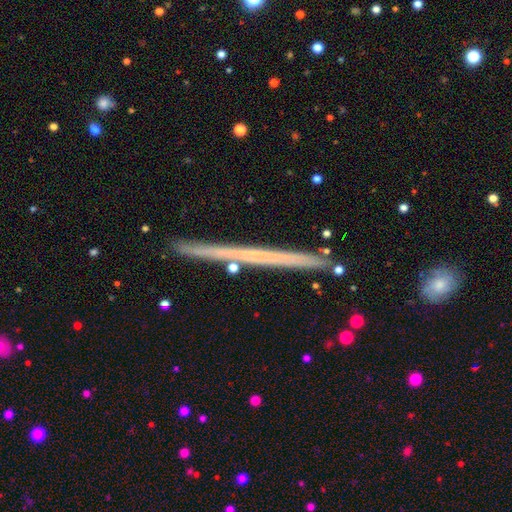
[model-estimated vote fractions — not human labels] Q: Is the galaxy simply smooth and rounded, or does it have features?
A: featured or disk — 61%.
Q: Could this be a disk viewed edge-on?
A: yes — 97%.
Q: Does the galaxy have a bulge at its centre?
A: none — 92%.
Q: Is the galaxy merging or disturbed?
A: none — 89%.